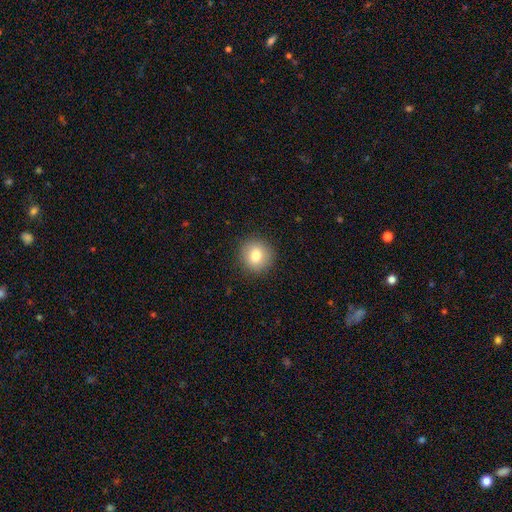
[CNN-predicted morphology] This appears to be a smooth galaxy with no disk features (79%) that is round (92%). Merging: none (90%).